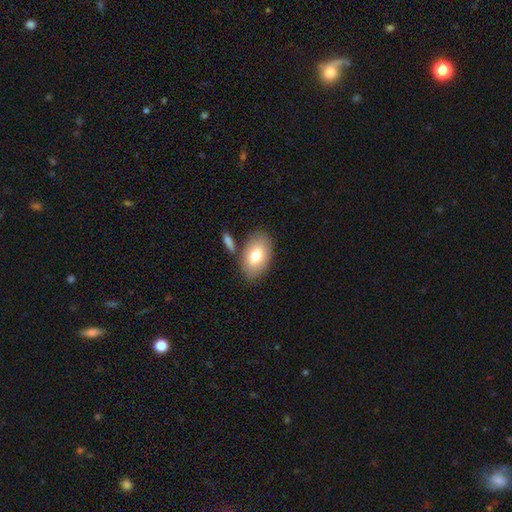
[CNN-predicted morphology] smooth-or-featured: smooth: 76% | featured or disk: 17% | star or artifact: 7%
  how-rounded: in between: 91% | round: 8% | cigar-shaped: 1%
  merging: none: 76% | minor disturbance: 12% | merger: 9% | major disturbance: 3%